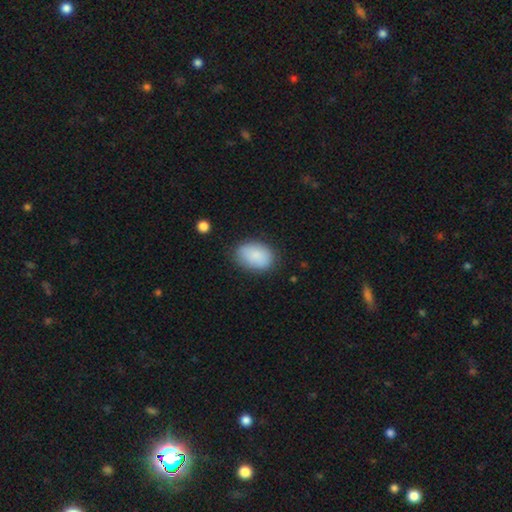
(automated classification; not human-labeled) Smooth or featured: smooth — 86% (featured or disk — 7%)
How rounded: in between — 82% (round — 17%)
Merging: none — 79% (minor disturbance — 16%)